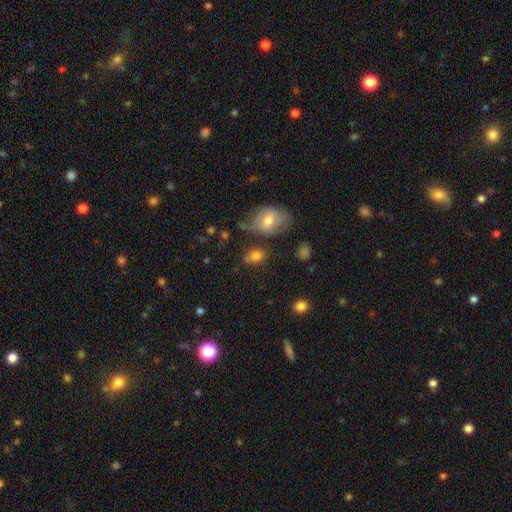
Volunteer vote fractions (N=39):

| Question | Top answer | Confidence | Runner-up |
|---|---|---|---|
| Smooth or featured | smooth | 90% | star or artifact (8%) |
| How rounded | in between | 51% | round (49%) |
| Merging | none | 69% | minor disturbance (19%) |